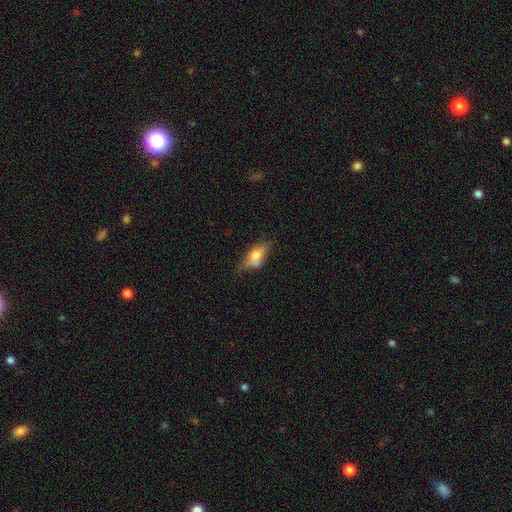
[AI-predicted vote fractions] The model was most divided on "merging": none: 44%, minor disturbance: 33%, major disturbance: 15%, merger: 7%. More confident: how rounded — in between (81%); smooth or featured — smooth (64%).